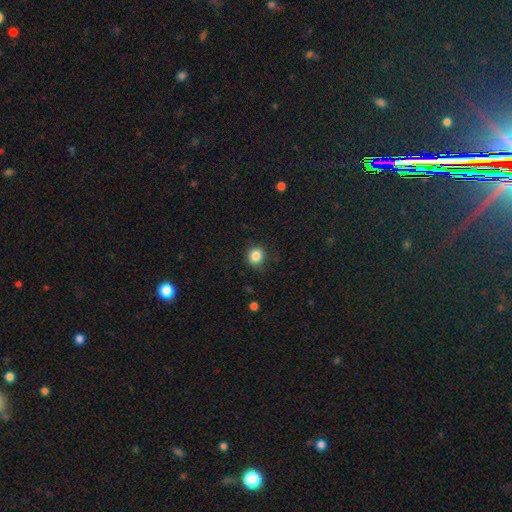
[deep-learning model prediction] Q: Smooth or featured?
A: smooth (85%); runner-up: star or artifact (11%)
Q: How rounded?
A: round (85%); runner-up: in between (14%)
Q: Merging?
A: none (84%); runner-up: minor disturbance (12%)